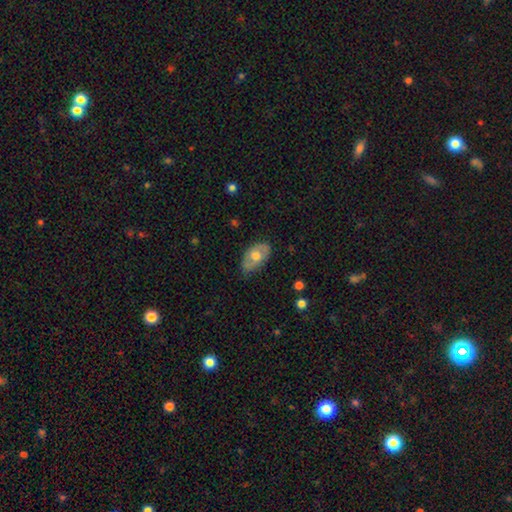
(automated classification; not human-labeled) The model was most divided on "smooth or featured": smooth: 56%, featured or disk: 37%, star or artifact: 6%. More confident: how rounded — in between (91%); merging — none (67%).